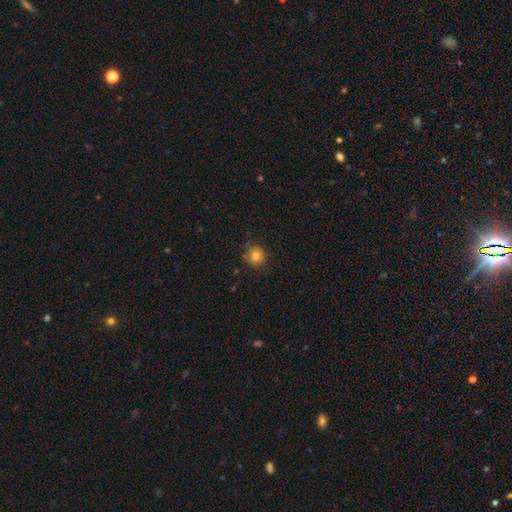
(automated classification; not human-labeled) This appears to be a smooth galaxy with no disk features (81%) that is round (92%). Merging: none (83%).